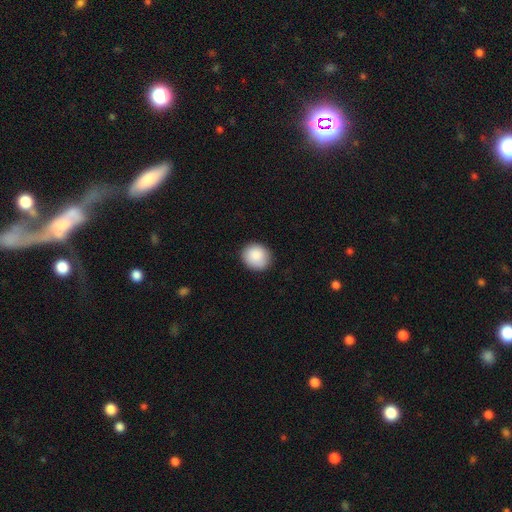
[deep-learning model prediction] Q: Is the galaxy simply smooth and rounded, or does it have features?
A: smooth — 88%.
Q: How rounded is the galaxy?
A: round — 82%.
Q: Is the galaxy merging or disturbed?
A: none — 88%.